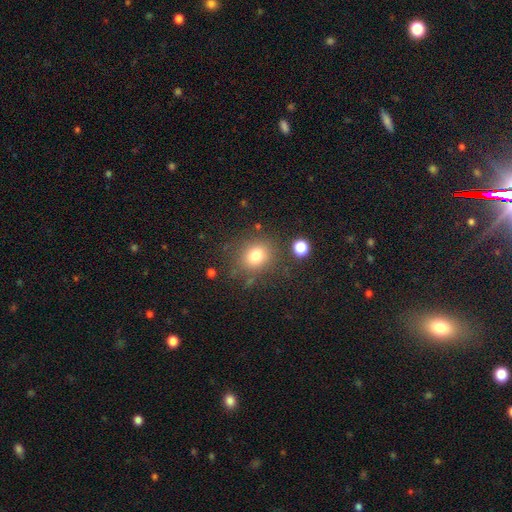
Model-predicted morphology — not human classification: smooth-or-featured: smooth: 77% | star or artifact: 14% | featured or disk: 9%
  how-rounded: round: 76% | in between: 23% | cigar-shaped: 1%
  merging: none: 78% | minor disturbance: 12% | major disturbance: 5% | merger: 5%